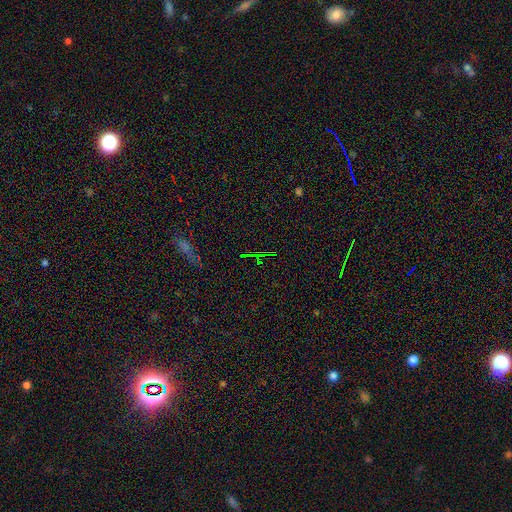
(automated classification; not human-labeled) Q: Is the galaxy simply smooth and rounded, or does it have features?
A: star or artifact — 76%.